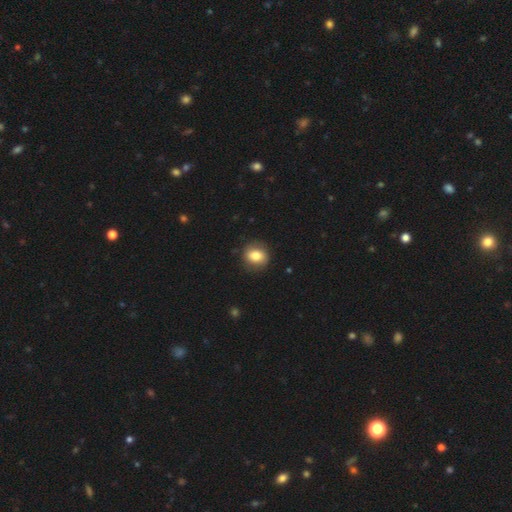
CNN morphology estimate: This appears to be a smooth galaxy with no disk features (78%) that is round (64%). Merging: none (84%).